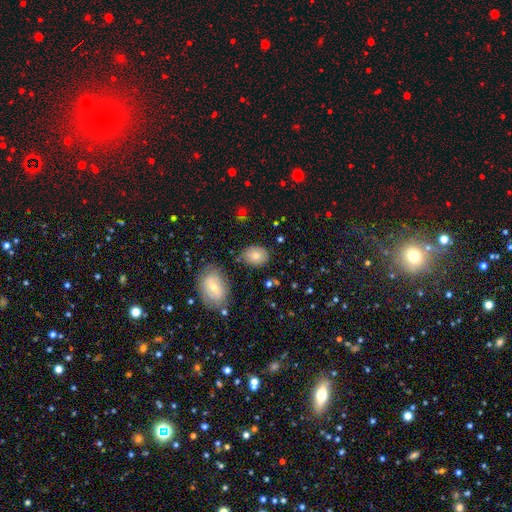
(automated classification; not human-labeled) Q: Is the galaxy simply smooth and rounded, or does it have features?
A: smooth — 76%.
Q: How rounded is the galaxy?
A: in between — 67%.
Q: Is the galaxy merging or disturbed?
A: none — 78%.